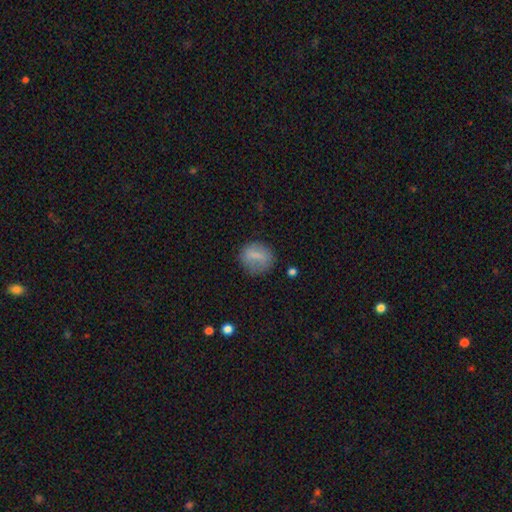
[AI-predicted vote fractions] smooth-or-featured: smooth: 71% | featured or disk: 20% | star or artifact: 9%
  how-rounded: round: 66% | in between: 31% | cigar-shaped: 3%
  merging: none: 71% | minor disturbance: 19% | major disturbance: 8% | merger: 2%